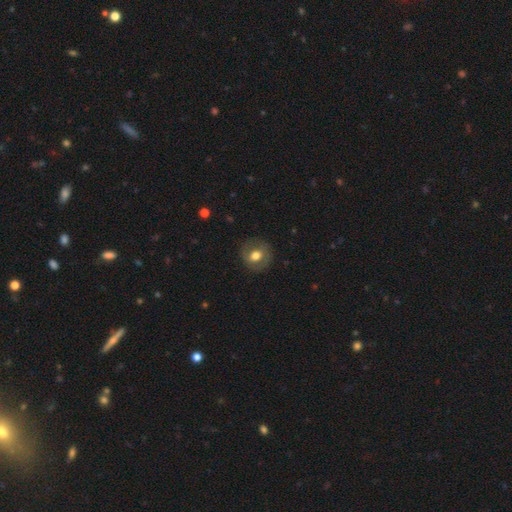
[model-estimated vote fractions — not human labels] A smooth galaxy with no disk features (63%) that is round (85%). Merging: none (86%).